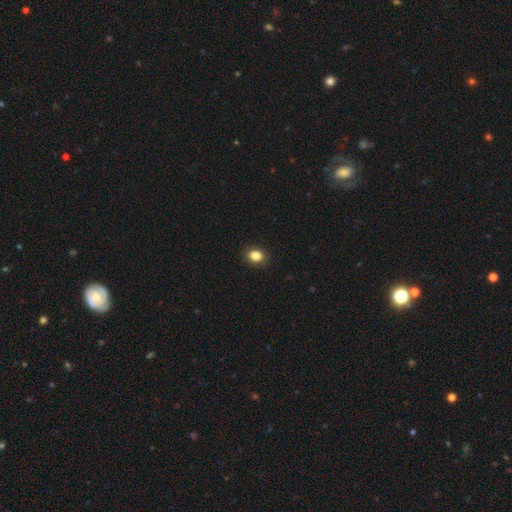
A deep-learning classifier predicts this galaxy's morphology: smooth 86%, star or artifact 10%, featured or disk 5%. Down the decision tree: how rounded — in between (55%); merging — none (89%).